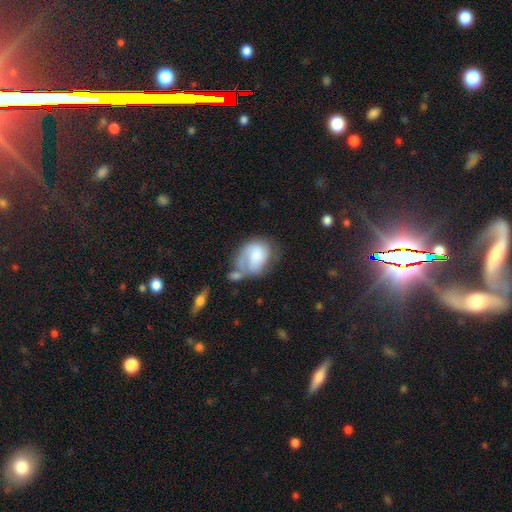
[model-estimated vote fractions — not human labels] Morphology: type=smooth (52%); roundness=in between (64%); merging=major disturbance (29%).